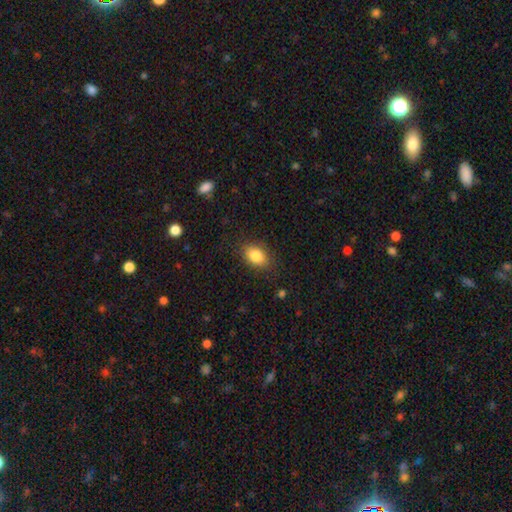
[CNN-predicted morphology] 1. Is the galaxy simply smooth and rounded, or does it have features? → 84% smooth, 8% star or artifact, 8% featured or disk.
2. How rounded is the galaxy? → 83% in between, 15% round, 2% cigar-shaped.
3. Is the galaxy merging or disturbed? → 85% none, 11% minor disturbance, 3% major disturbance, 1% merger.